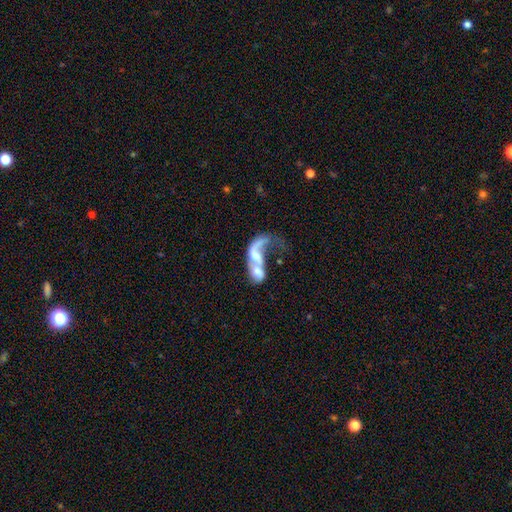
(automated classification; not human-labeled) featured or disk 62%, smooth 30%, star or artifact 8%. Down the decision tree: edge-on disk — no (95%); bar — no (63%); spiral arms — yes (62%); bulge size — moderate (33%); merging — merger (60%).